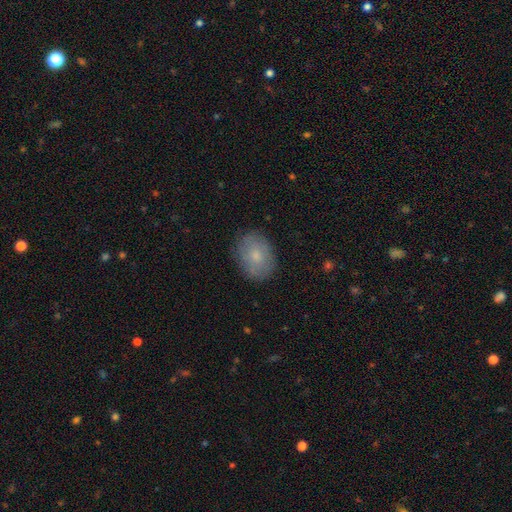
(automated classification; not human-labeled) A smooth galaxy with no disk features (74%) that is in between round and cigar-shaped (63%).

Vote fractions:
- Smooth or featured? smooth: 74% / featured or disk: 19% / star or artifact: 7%
- How rounded? in between: 63% / round: 36% / cigar-shaped: 1%
- Merging? none: 84% / minor disturbance: 12% / major disturbance: 3% / merger: 1%